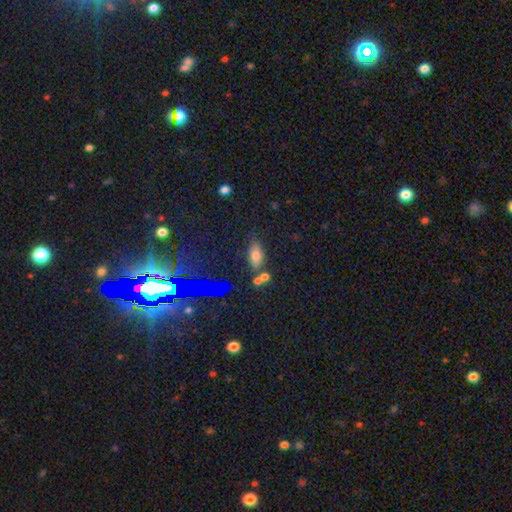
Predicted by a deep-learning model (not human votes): smooth-or-featured: smooth: 68% | star or artifact: 18% | featured or disk: 15%
  how-rounded: in between: 79% | cigar-shaped: 15% | round: 6%
  merging: none: 64% | merger: 16% | minor disturbance: 15% | major disturbance: 5%